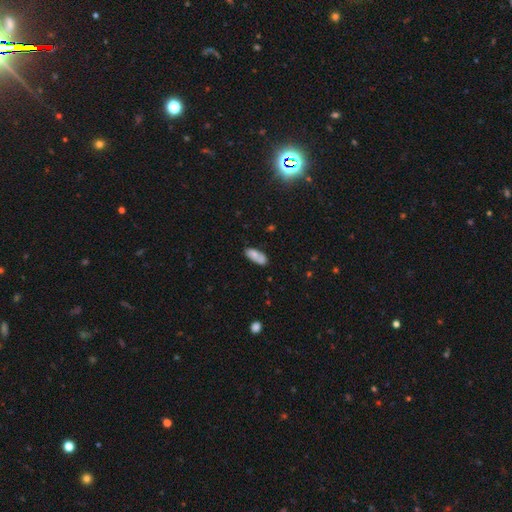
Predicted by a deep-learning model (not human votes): Smooth or featured?
  - smooth: 72% *
  - featured or disk: 20%
  - star or artifact: 8%
How rounded?
  - in between: 84% *
  - cigar-shaped: 14%
  - round: 2%
Merging?
  - none: 64% *
  - minor disturbance: 22%
  - merger: 9%
  - major disturbance: 6%